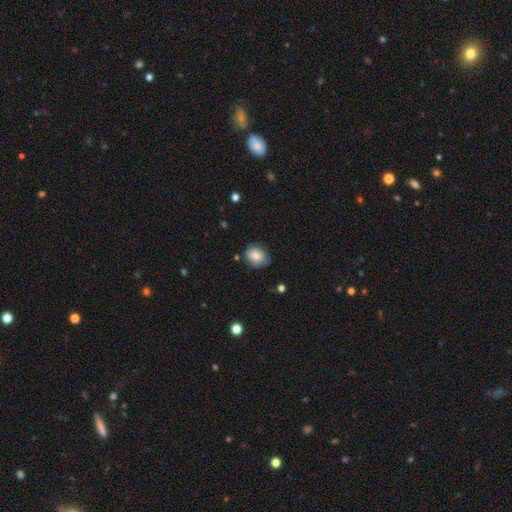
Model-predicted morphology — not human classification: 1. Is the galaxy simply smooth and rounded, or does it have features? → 81% smooth, 11% featured or disk, 8% star or artifact.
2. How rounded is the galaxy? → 51% in between, 48% round, 1% cigar-shaped.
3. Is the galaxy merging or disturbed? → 74% none, 21% minor disturbance, 4% major disturbance, 2% merger.